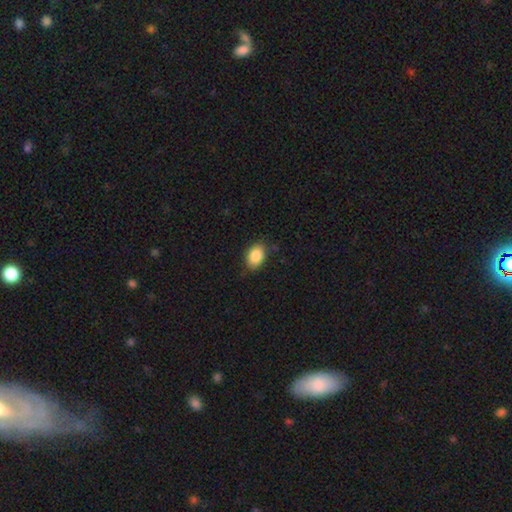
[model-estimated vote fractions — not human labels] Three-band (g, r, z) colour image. It shows a smooth galaxy with no disk features (87%) that is in between round and cigar-shaped (83%). Merging: none (83%).